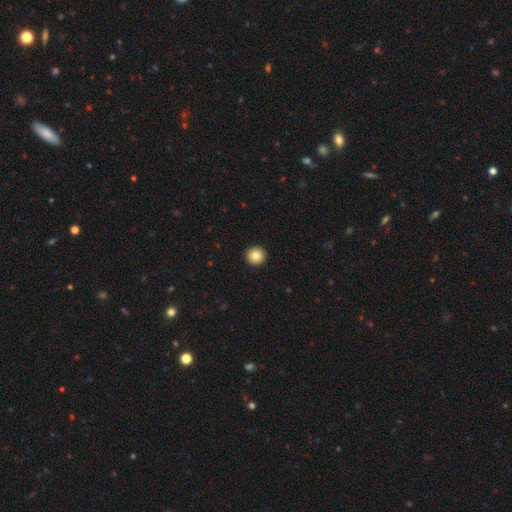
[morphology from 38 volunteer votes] Smooth or featured: smooth — 82% (featured or disk — 13%)
How rounded: round — 97% (in between — 3%)
Merging: none — 92% (minor disturbance — 3%)